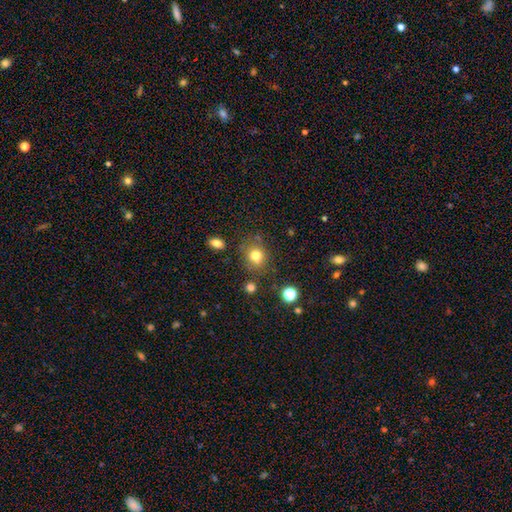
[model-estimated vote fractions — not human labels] smooth_or_featured: smooth (p=0.77) [alt: star or artifact p=0.14]
how_rounded: round (p=0.75) [alt: in between p=0.24]
merging: none (p=0.72) [alt: minor disturbance p=0.15]